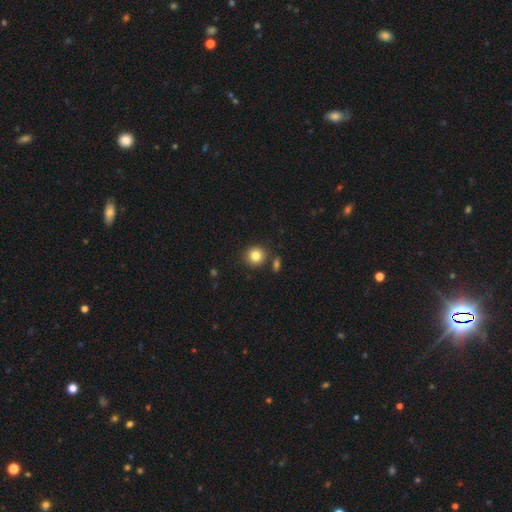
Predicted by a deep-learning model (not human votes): smooth_or_featured: smooth (p=0.83) [alt: star or artifact p=0.10]
how_rounded: round (p=0.89) [alt: in between p=0.10]
merging: none (p=0.83) [alt: minor disturbance p=0.08]